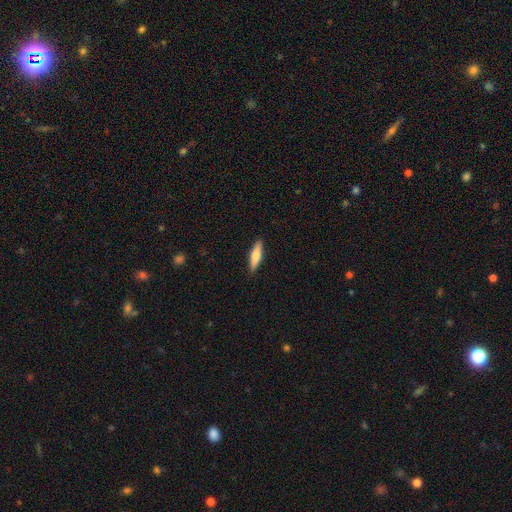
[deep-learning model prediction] A smooth galaxy with no disk features (73%) that is cigar-shaped (74%).

Vote fractions:
- Smooth or featured? smooth: 73% / featured or disk: 21% / star or artifact: 6%
- How rounded? cigar-shaped: 74% / in between: 25% / round: 2%
- Merging? none: 89% / minor disturbance: 8% / major disturbance: 2% / merger: 1%